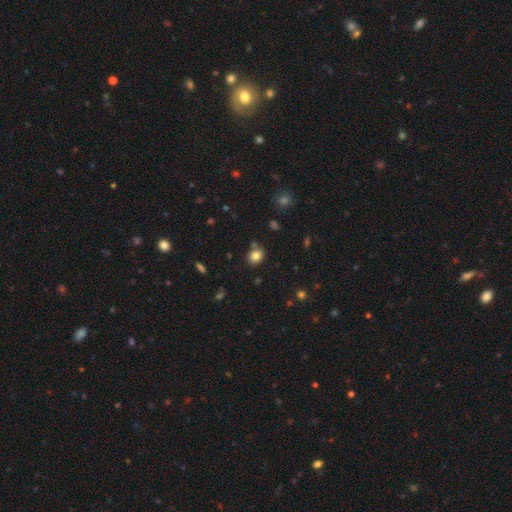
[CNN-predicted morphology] Smooth or featured: smooth — 82% (star or artifact — 11%)
How rounded: round — 58% (in between — 41%)
Merging: none — 77% (minor disturbance — 12%)